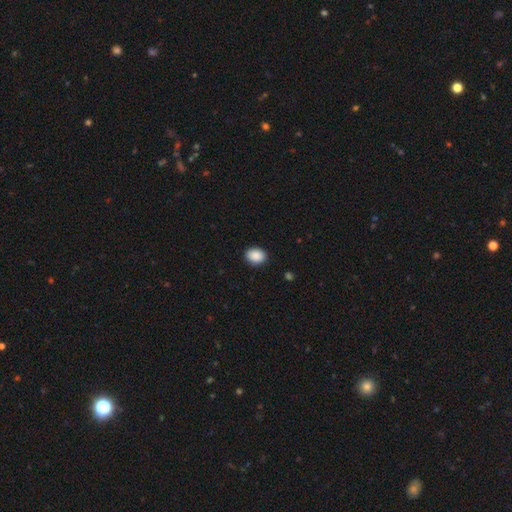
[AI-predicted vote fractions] A smooth galaxy with no disk features (90%) that is in between round and cigar-shaped (68%). Merging: none (90%).